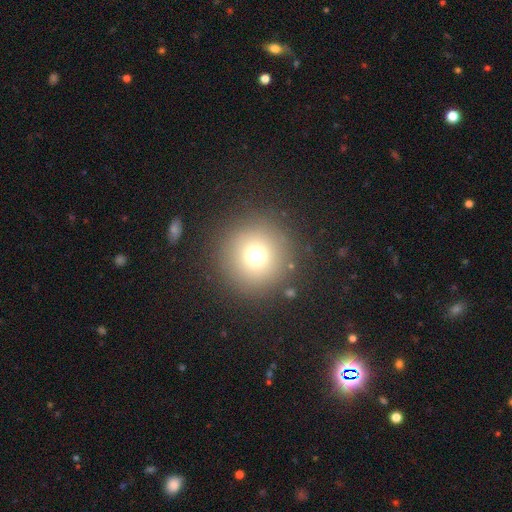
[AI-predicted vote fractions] Morphology: type=smooth (74%); roundness=round (96%); merging=none (88%).